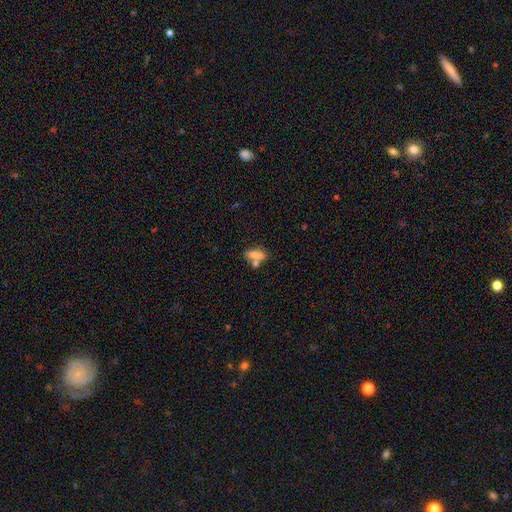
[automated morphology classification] Smooth or featured?
  - smooth: 76% *
  - featured or disk: 14%
  - star or artifact: 10%
How rounded?
  - in between: 61% *
  - cigar-shaped: 33%
  - round: 6%
Merging?
  - none: 52% *
  - merger: 29%
  - minor disturbance: 13%
  - major disturbance: 5%